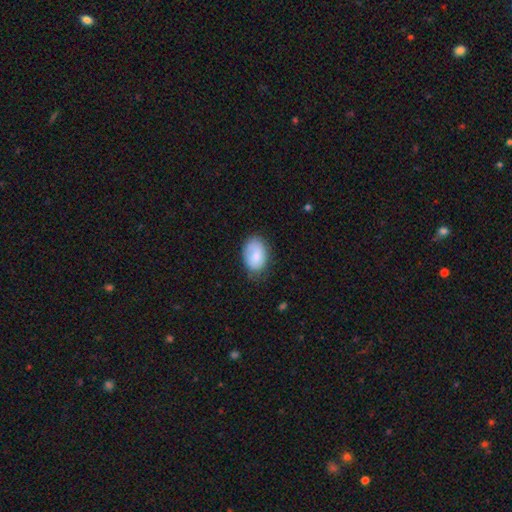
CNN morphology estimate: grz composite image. It shows a smooth galaxy with no disk features (80%) that is in between round and cigar-shaped (85%). Merging: none (70%).